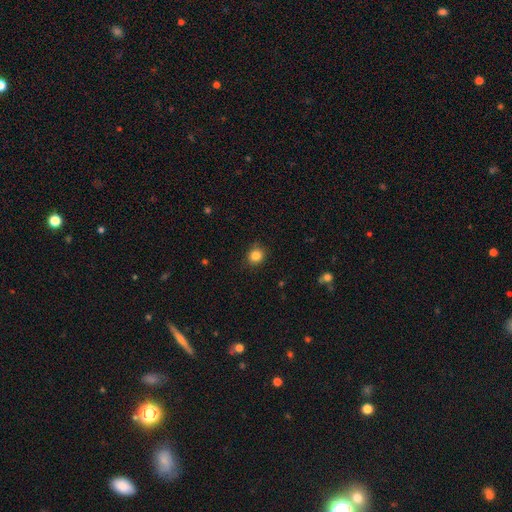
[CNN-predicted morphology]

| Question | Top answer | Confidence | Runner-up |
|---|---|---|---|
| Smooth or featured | smooth | 84% | star or artifact (11%) |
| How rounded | round | 80% | in between (19%) |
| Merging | none | 87% | minor disturbance (10%) |